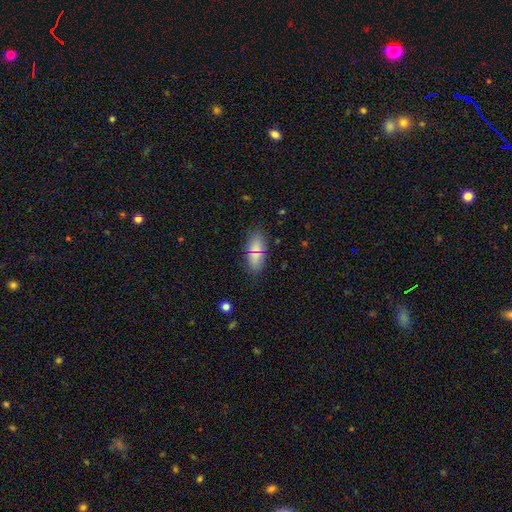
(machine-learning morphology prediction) Q: Smooth or featured?
A: smooth (75%); runner-up: star or artifact (13%)
Q: How rounded?
A: in between (78%); runner-up: cigar-shaped (17%)
Q: Merging?
A: none (83%); runner-up: minor disturbance (11%)